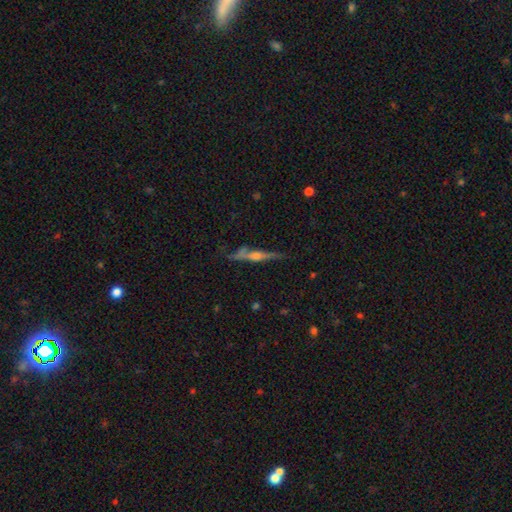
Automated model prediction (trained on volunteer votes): A featured or disk galaxy (71%) viewed edge-on (94%) with a rounded central bulge (81%). Merging: none (67%).